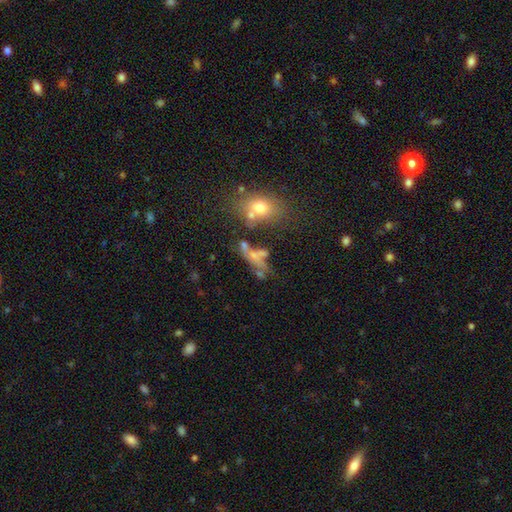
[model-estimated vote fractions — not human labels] smooth_or_featured: smooth (p=0.44) [alt: featured or disk p=0.37]
merging: merger (p=0.36) [alt: none p=0.27]